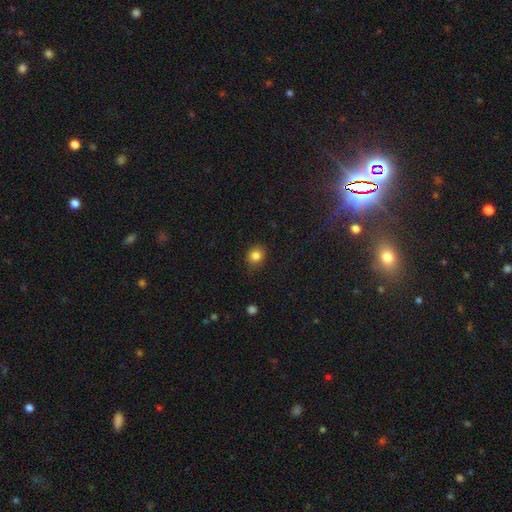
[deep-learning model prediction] Morphology: type=smooth (83%); roundness=round (72%); merging=none (86%).